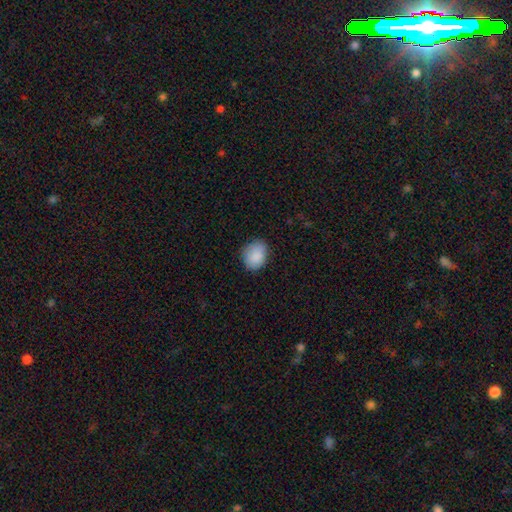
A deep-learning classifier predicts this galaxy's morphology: This appears to be a smooth galaxy with no disk features (89%) that is in between round and cigar-shaped (54%). Merging: none (77%).